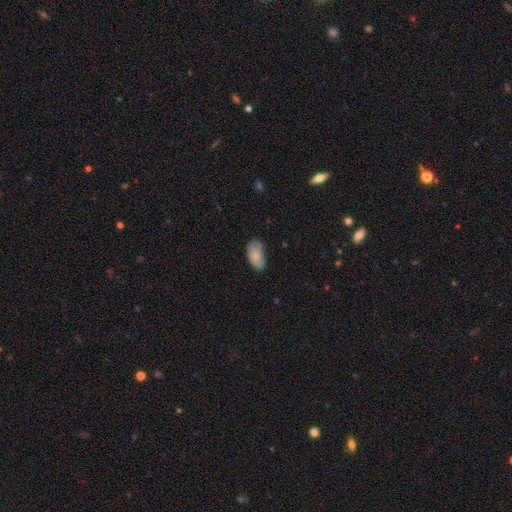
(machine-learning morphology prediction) Q: Smooth or featured?
A: smooth (78%); runner-up: featured or disk (15%)
Q: How rounded?
A: in between (94%); runner-up: round (4%)
Q: Merging?
A: none (60%); runner-up: minor disturbance (30%)